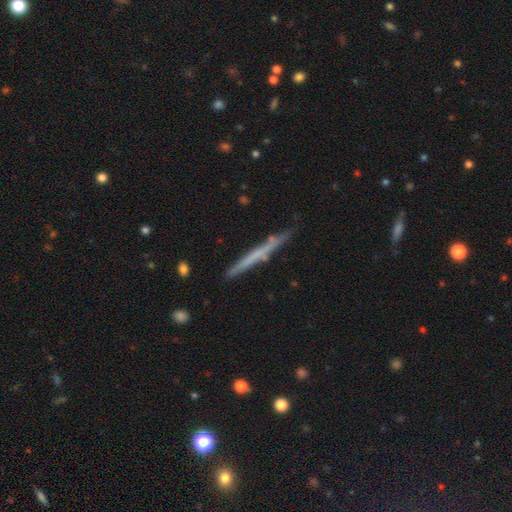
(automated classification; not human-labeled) smooth-or-featured: featured or disk: 47% (tied) | smooth: 47% (tied) | star or artifact: 6%
  merging: none: 78% | minor disturbance: 17% | major disturbance: 3% | merger: 3%